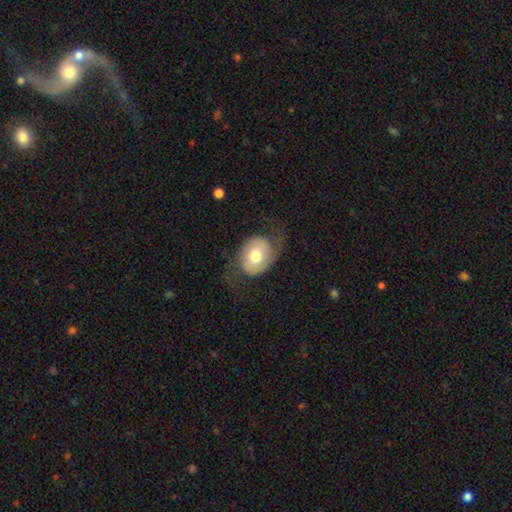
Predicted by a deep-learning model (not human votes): Overall: featured or disk (59%; smooth 34%). Edge-on disk: no (96%). Bar: no (72%). Spiral arms: yes (80%). Bulge size: moderate (67%). Merging: none (63%).